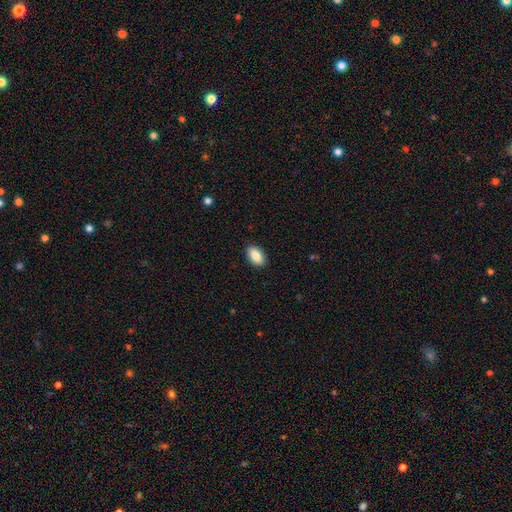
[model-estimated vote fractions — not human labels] smooth-or-featured: smooth: 84% | featured or disk: 9% | star or artifact: 7%
  how-rounded: in between: 92% | round: 5% | cigar-shaped: 3%
  merging: none: 89% | minor disturbance: 8% | major disturbance: 2% | merger: 1%